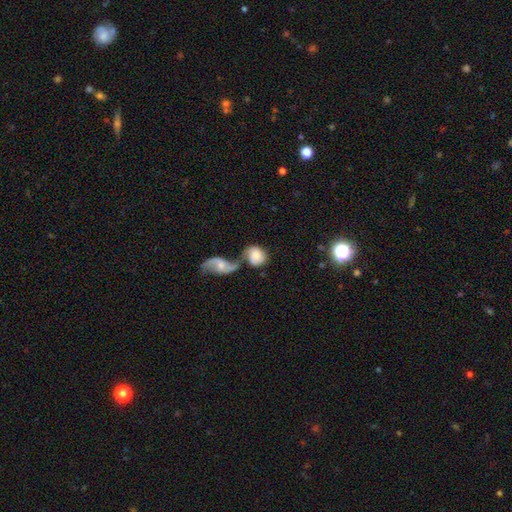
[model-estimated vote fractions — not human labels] This is likely a smooth galaxy (68%). How rounded: likely round (63%). Merging: possibly merger (46%).